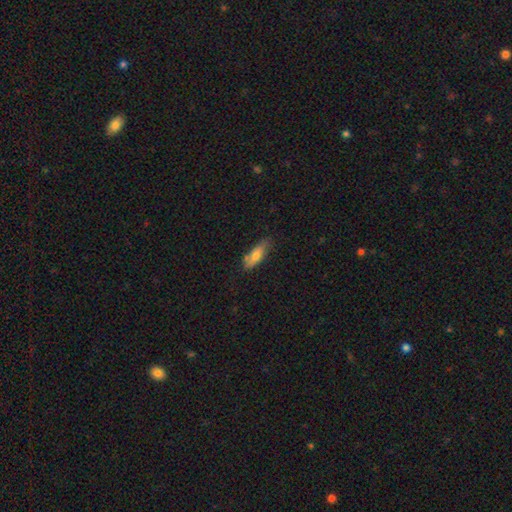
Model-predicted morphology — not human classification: Smooth or featured: smooth — 70% (featured or disk — 23%)
How rounded: in between — 59% (cigar-shaped — 39%)
Merging: none — 72% (minor disturbance — 21%)